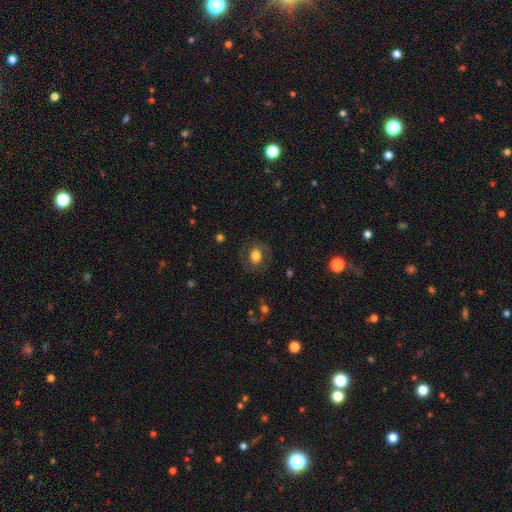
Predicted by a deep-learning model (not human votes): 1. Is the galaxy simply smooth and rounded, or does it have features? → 65% smooth, 26% featured or disk, 9% star or artifact.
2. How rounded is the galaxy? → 59% round, 40% in between, 1% cigar-shaped.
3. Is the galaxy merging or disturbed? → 78% none, 12% minor disturbance, 8% major disturbance, 1% merger.